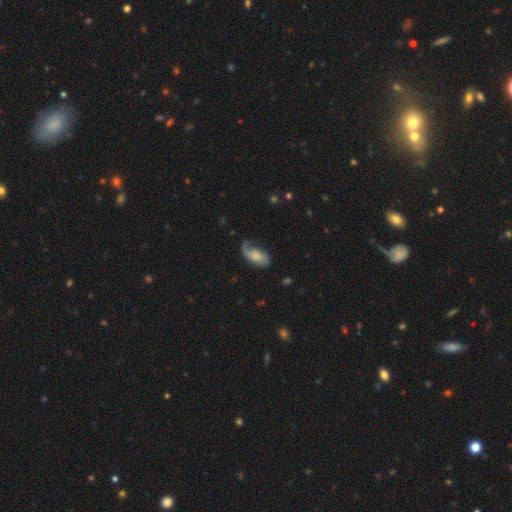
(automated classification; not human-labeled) This is possibly a smooth galaxy (52%). How rounded: clearly in between (90%). Merging: possibly none (45%).